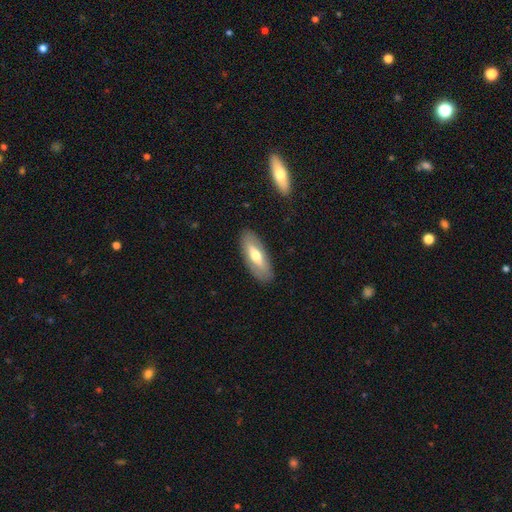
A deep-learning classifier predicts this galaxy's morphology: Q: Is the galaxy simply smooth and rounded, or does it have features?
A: smooth — 54%.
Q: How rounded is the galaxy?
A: in between — 71%.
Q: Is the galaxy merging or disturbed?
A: none — 87%.